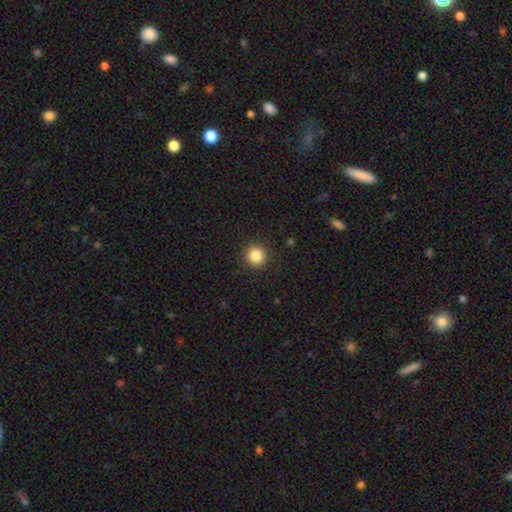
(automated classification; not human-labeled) Q: Smooth or featured?
A: smooth (85%); runner-up: star or artifact (10%)
Q: How rounded?
A: round (95%); runner-up: in between (5%)
Q: Merging?
A: none (92%); runner-up: minor disturbance (5%)